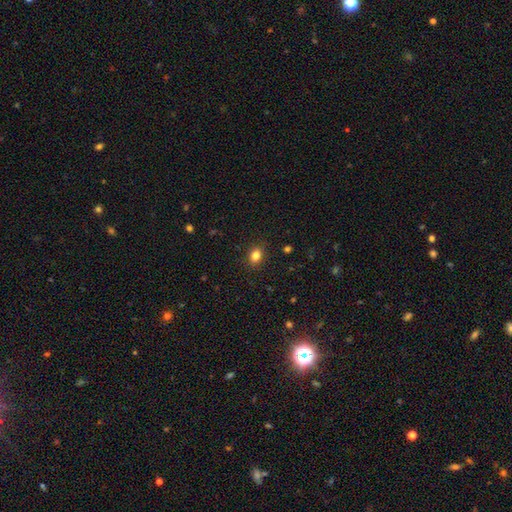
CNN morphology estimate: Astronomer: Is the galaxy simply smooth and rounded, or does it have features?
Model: smooth — 82%.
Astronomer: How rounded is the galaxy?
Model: in between — 57% (runner-up: round, 41%).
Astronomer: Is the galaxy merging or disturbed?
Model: none — 88%.